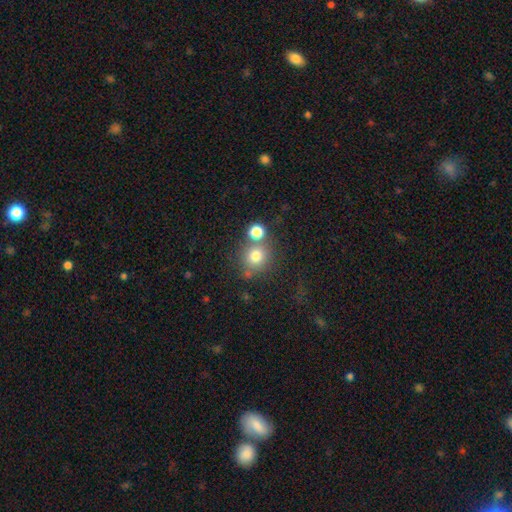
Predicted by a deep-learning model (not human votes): Q: Smooth or featured?
A: smooth (75%); runner-up: star or artifact (15%)
Q: How rounded?
A: round (88%); runner-up: in between (11%)
Q: Merging?
A: none (63%); runner-up: merger (22%)